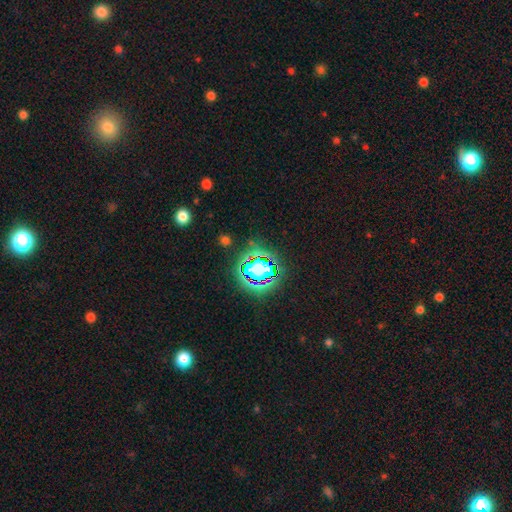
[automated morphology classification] A star or artifact, not a galaxy (81%).